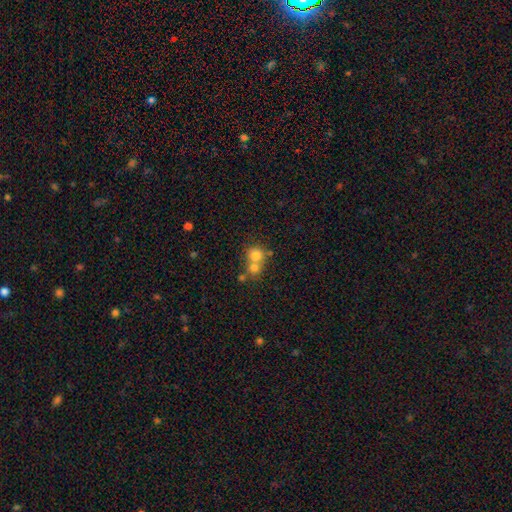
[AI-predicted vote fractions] This appears to be a smooth galaxy with no disk features (73%) that is round (82%). Merging: merger (55%).